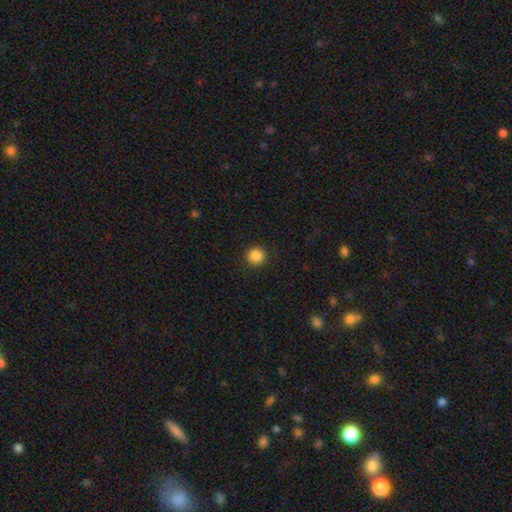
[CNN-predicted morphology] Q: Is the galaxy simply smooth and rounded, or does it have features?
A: smooth — 87%.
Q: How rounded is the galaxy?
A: round — 94%.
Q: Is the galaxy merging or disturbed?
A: none — 92%.